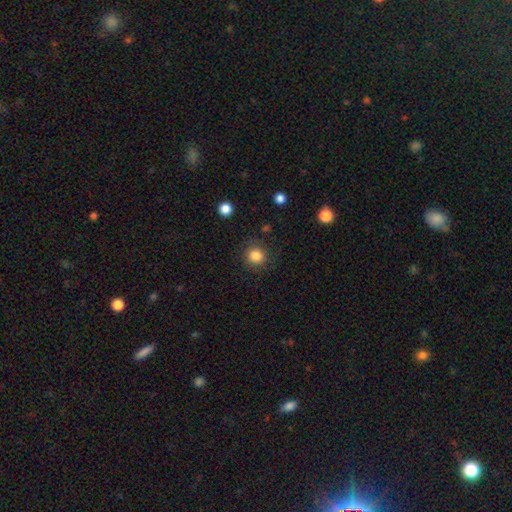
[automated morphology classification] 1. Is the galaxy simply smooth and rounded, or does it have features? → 85% smooth, 11% star or artifact, 5% featured or disk.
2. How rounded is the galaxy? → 90% round, 9% in between, 1% cigar-shaped.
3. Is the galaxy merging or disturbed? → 86% none, 9% minor disturbance, 4% major disturbance, 1% merger.